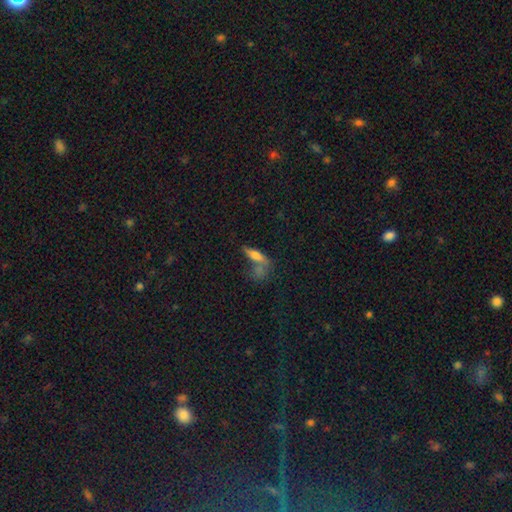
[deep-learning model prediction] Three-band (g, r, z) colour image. It shows a smooth galaxy with no disk features (58%) that is cigar-shaped (53%). Merging: none (43%).